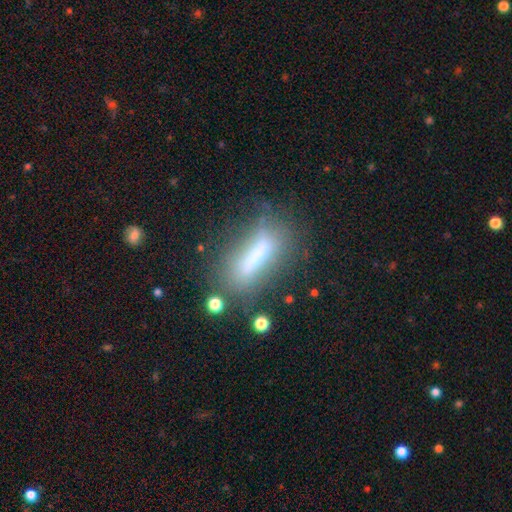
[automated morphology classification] A smooth galaxy with no disk features (51%) that is cigar-shaped (68%). Merging: none (60%).